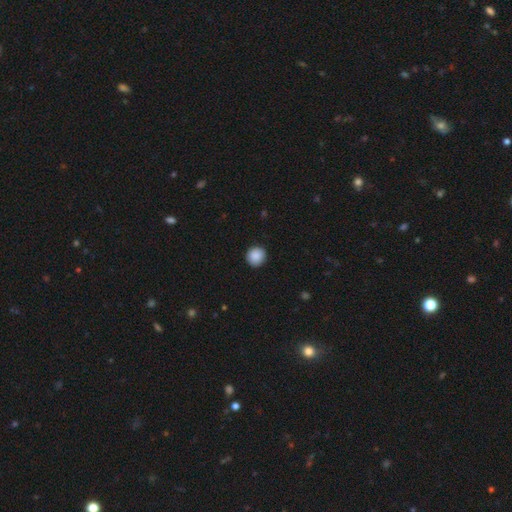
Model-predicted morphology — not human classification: Overall: smooth (89%). How rounded: round (92%). Merging: none (90%).